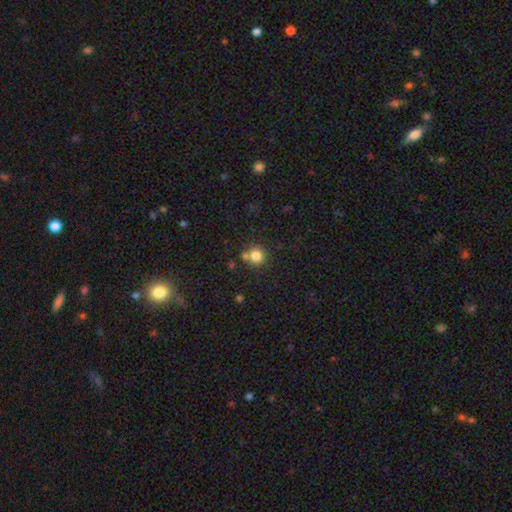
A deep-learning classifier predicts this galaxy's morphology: smooth 81%, star or artifact 12%, featured or disk 7%. Down the decision tree: how rounded — round (91%); merging — none (69%).